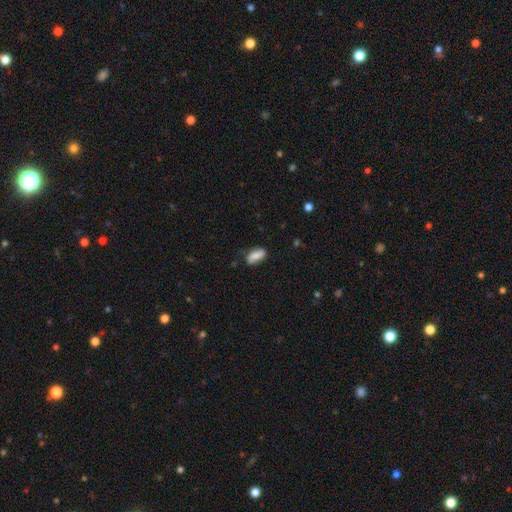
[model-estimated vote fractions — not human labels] A smooth galaxy with no disk features (72%) that is in between round and cigar-shaped (83%).

Vote fractions:
- Smooth or featured? smooth: 72% / featured or disk: 21% / star or artifact: 8%
- How rounded? in between: 83% / cigar-shaped: 13% / round: 4%
- Merging? none: 67% / minor disturbance: 25% / major disturbance: 6% / merger: 2%